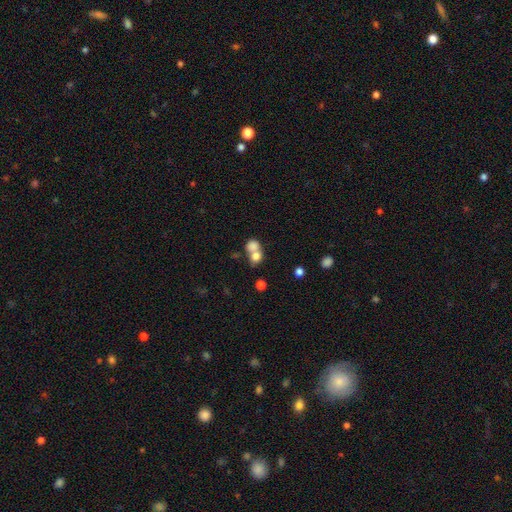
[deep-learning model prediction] This appears to be a smooth galaxy with no disk features (76%) that is round (63%). Merging: merger (65%).